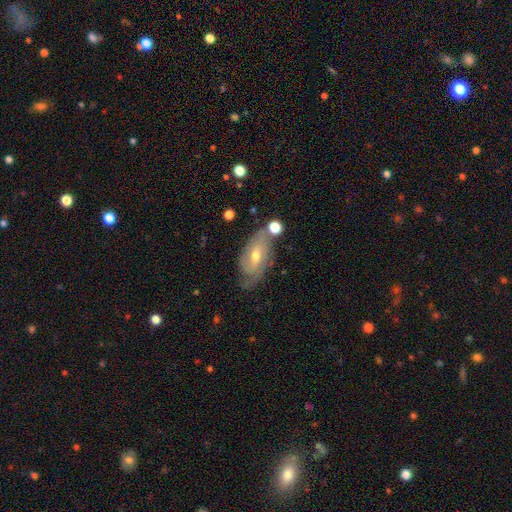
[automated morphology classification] Overall: featured or disk (75%). Edge-on disk: no (92%). Bar: weak (44%, tied with no). Spiral arms: yes (89%). Spiral arm count: 2 (48%; can't tell 31%). Spiral winding: tight (52%; medium 35%). Bulge size: moderate (55%; small 42%). Merging: none (67%).